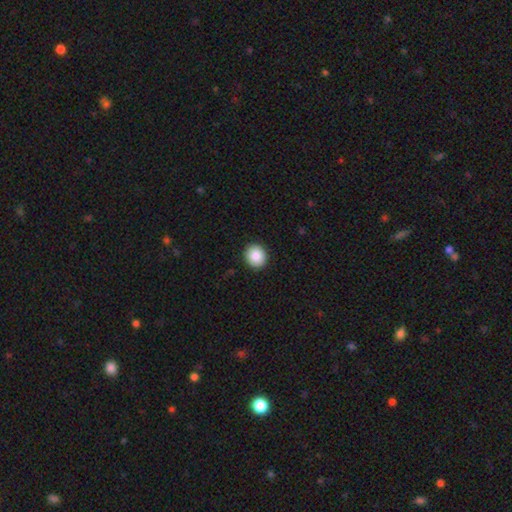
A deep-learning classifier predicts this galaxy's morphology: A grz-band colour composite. It shows a smooth galaxy with no disk features (87%) that is round (84%). Merging: none (92%).